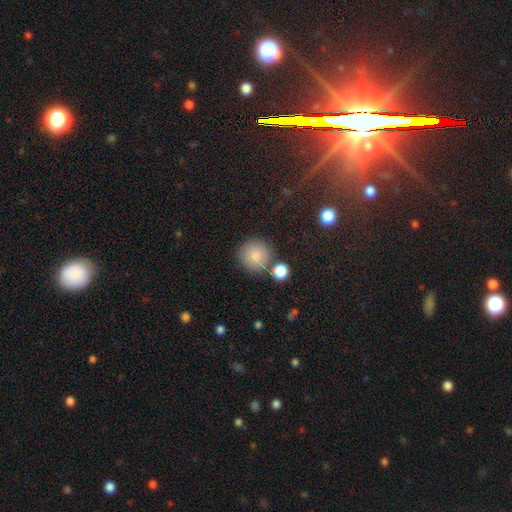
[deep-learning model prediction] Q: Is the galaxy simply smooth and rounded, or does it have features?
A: smooth — 84%.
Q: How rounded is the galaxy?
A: round — 94%.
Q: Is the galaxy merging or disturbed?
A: none — 77%.